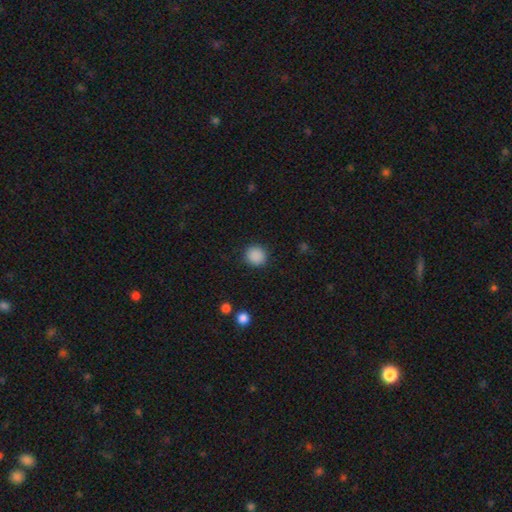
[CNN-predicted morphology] smooth-or-featured: smooth: 88% | star or artifact: 9% | featured or disk: 2%
  how-rounded: round: 91% | in between: 8% | cigar-shaped: 1%
  merging: none: 90% | minor disturbance: 6% | major disturbance: 3% | merger: 1%